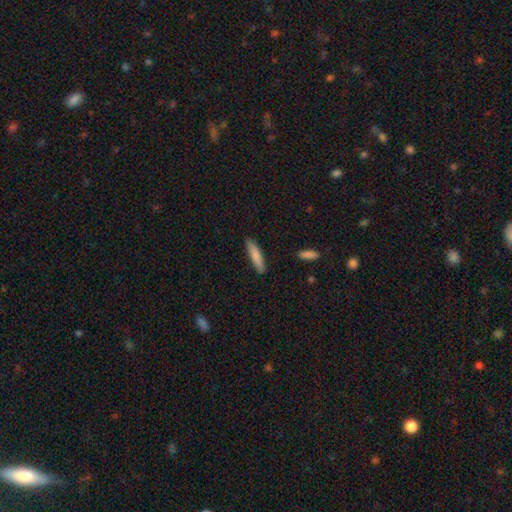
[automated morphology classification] smooth_or_featured: smooth (p=0.81) [alt: featured or disk p=0.13]
how_rounded: cigar-shaped (p=0.82) [alt: in between p=0.17]
merging: none (p=0.88) [alt: minor disturbance p=0.09]